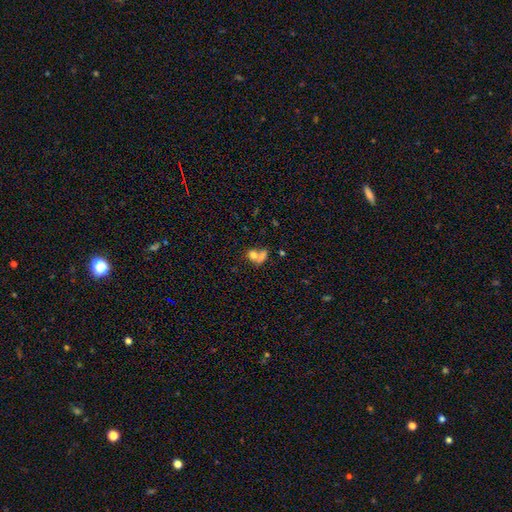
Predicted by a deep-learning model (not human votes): Q: Smooth or featured?
A: smooth (72%); runner-up: featured or disk (17%)
Q: How rounded?
A: in between (53%); runner-up: round (43%)
Q: Merging?
A: merger (60%); runner-up: none (26%)